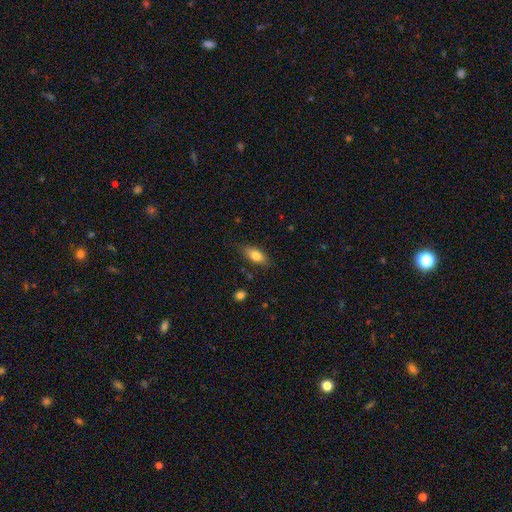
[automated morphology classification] A smooth galaxy with no disk features (79%) that is in between round and cigar-shaped (84%). Merging: none (79%).